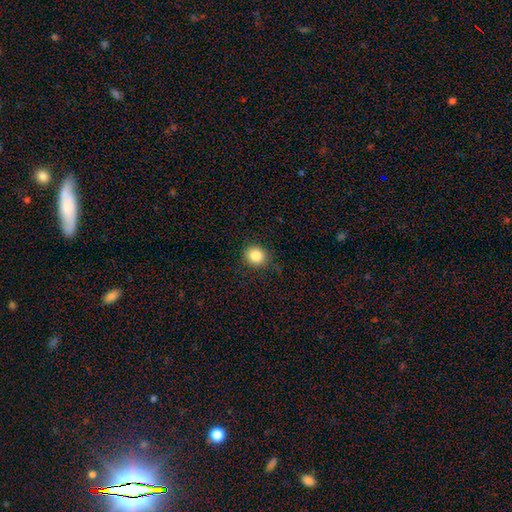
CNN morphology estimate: type=smooth (85%); roundness=round (82%); merging=none (86%).